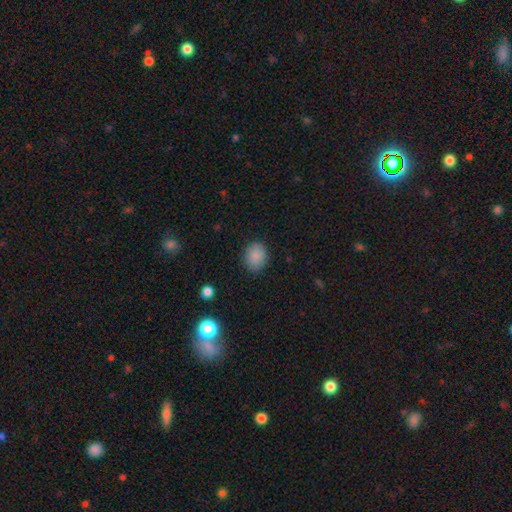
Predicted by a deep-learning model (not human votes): Smooth or featured? smooth (87%)
How rounded? round (52%)
Merging? none (85%)